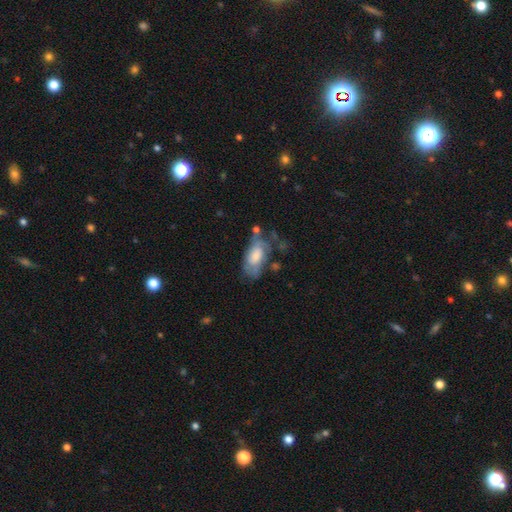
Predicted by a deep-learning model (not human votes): The model was most divided on "smooth or featured": smooth: 48%, featured or disk: 45%, star or artifact: 7%. Remaining: merging — none (36%).